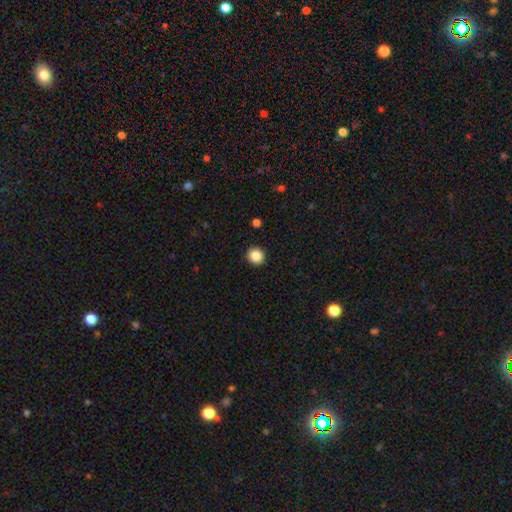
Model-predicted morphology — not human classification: smooth-or-featured: smooth: 87% | star or artifact: 10% | featured or disk: 4%
  how-rounded: round: 92% | in between: 7% | cigar-shaped: 1%
  merging: none: 93% | minor disturbance: 5% | major disturbance: 2% | merger: 1%